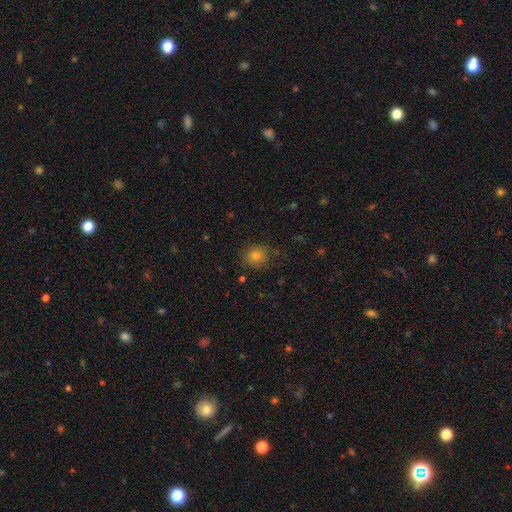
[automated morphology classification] The model was most divided on "merging": none: 75%, minor disturbance: 18%, major disturbance: 6%, merger: 1%. More confident: how rounded — round (83%); smooth or featured — smooth (75%).